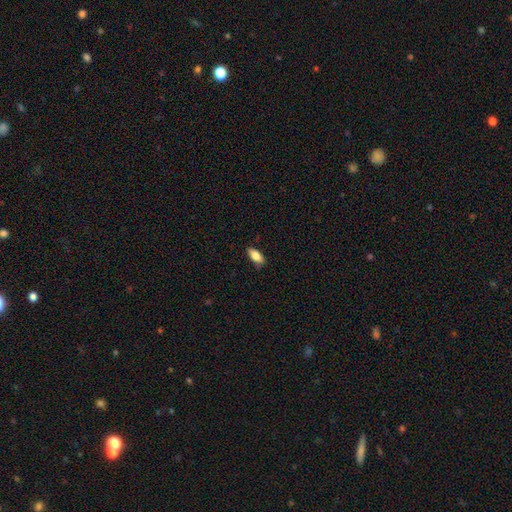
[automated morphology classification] This is clearly a smooth galaxy (82%). How rounded: clearly in between (86%). Merging: clearly none (82%).